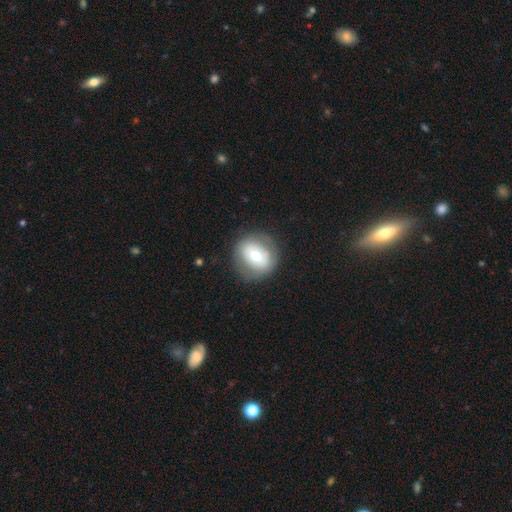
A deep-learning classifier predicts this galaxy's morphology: smooth_or_featured: smooth (p=0.58) [alt: featured or disk p=0.34]
how_rounded: round (p=0.72) [alt: in between p=0.27]
merging: none (p=0.78) [alt: minor disturbance p=0.14]